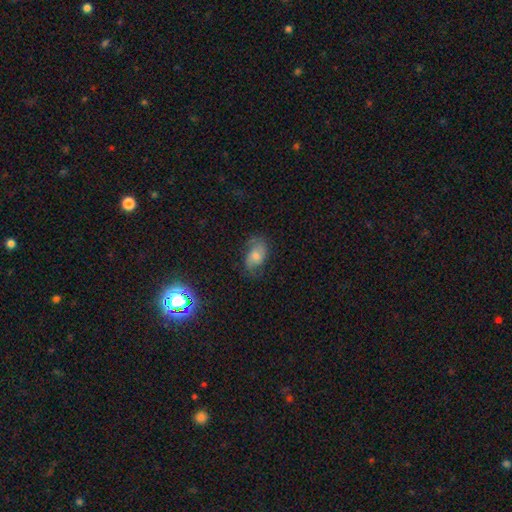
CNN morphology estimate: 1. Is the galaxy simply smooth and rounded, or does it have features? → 45% featured or disk, 40% smooth, 15% star or artifact.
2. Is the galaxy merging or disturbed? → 65% none, 23% minor disturbance, 11% major disturbance, 2% merger.